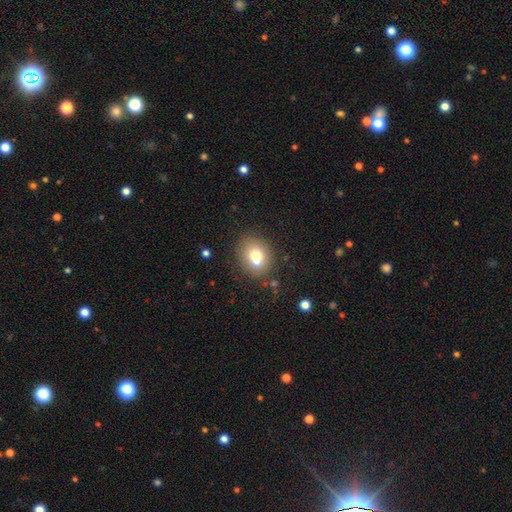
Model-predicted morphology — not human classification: smooth_or_featured: smooth (p=0.68) [alt: featured or disk p=0.21]
how_rounded: round (p=0.60) [alt: in between p=0.39]
merging: none (p=0.52) [alt: merger p=0.33]